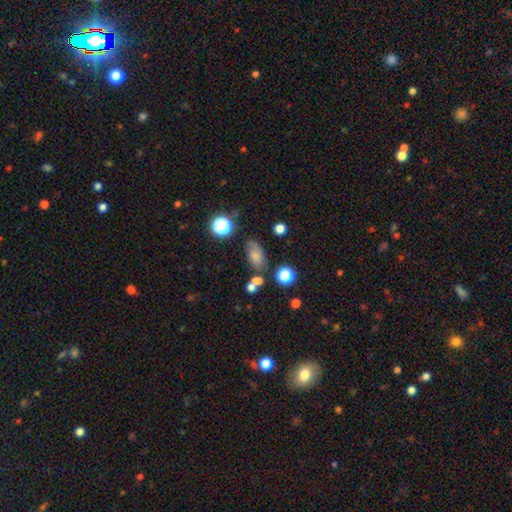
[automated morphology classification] The model was most divided on "merging": none: 67%, minor disturbance: 17%, merger: 10%, major disturbance: 6%. More confident: how rounded — in between (83%); smooth or featured — smooth (72%).